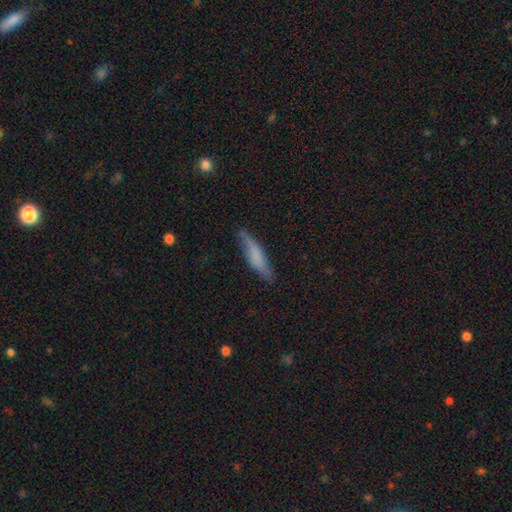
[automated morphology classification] Overall: smooth (67%). How rounded: cigar-shaped (79%). Merging: none (75%).